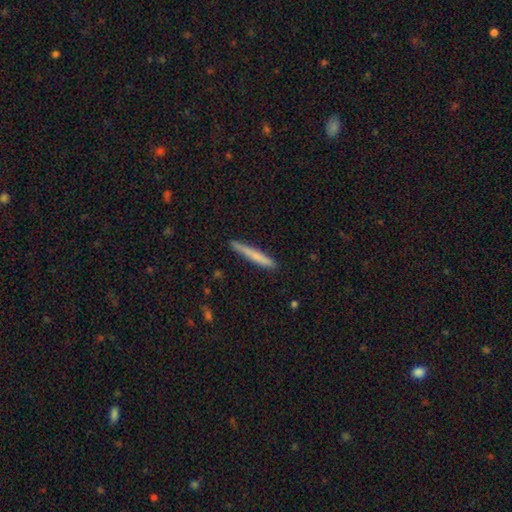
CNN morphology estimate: A smooth galaxy with no disk features (71%) that is cigar-shaped (96%). Merging: none (87%).